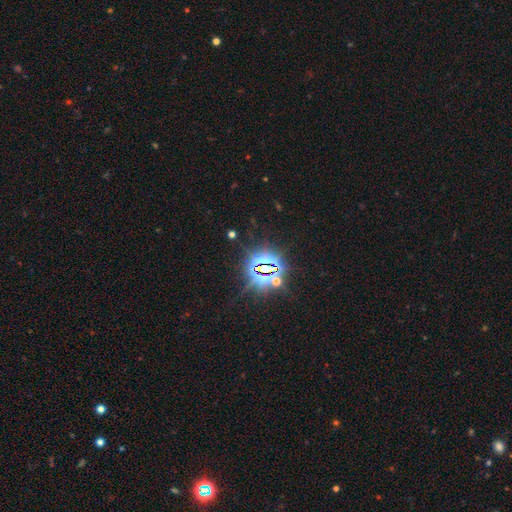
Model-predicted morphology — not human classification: Smooth or featured: star or artifact — 84% (smooth — 8%)